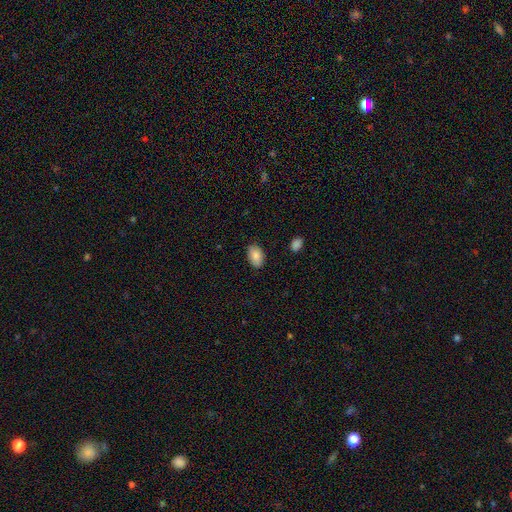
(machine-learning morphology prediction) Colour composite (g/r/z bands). It shows a smooth galaxy with no disk features (86%) that is in between round and cigar-shaped (91%). Merging: none (85%).